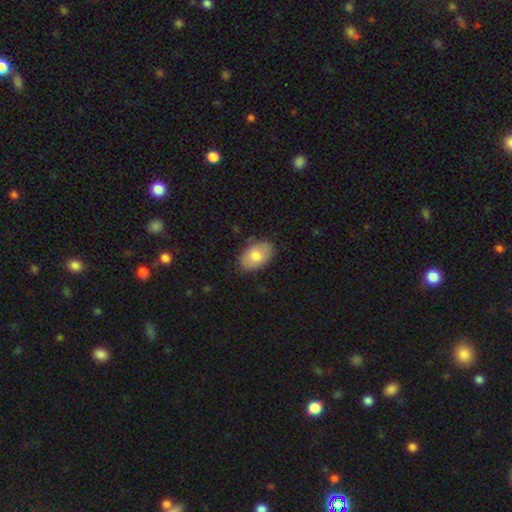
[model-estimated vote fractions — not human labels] Overall: smooth (76%). How rounded: in between (89%). Merging: none (80%).